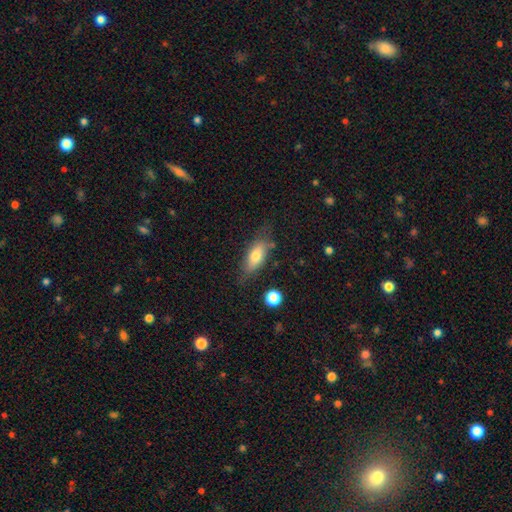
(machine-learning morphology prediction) smooth-or-featured: smooth: 70% | featured or disk: 23% | star or artifact: 8%
  how-rounded: in between: 72% | cigar-shaped: 25% | round: 3%
  merging: none: 68% | minor disturbance: 22% | major disturbance: 7% | merger: 3%